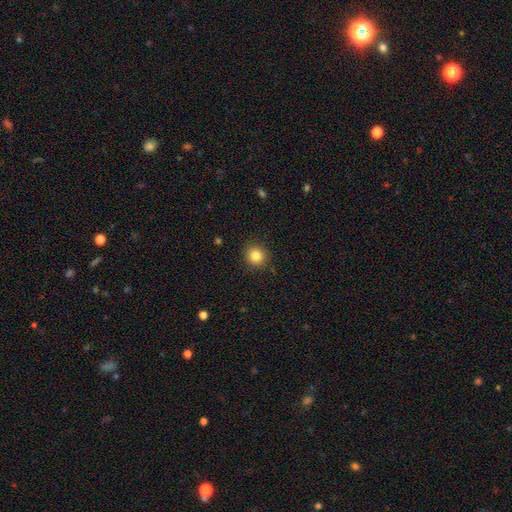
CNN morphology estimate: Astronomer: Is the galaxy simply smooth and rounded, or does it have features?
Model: smooth — 84%.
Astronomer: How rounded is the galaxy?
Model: round — 90%.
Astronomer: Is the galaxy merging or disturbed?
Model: none — 90%.